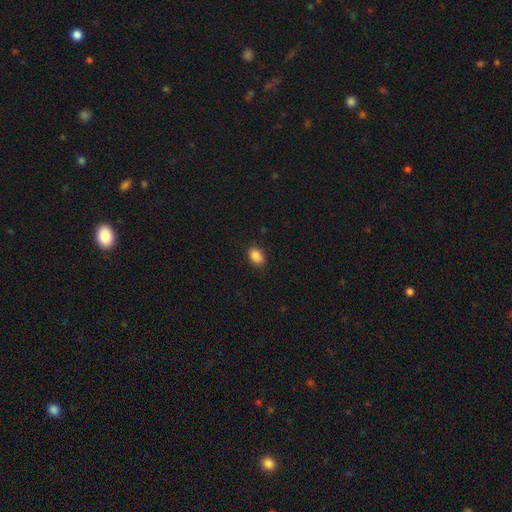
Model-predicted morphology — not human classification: Smooth or featured? Predicted: smooth (p=0.86). How rounded? Predicted: in between (p=0.78). Merging? Predicted: none (p=0.85).